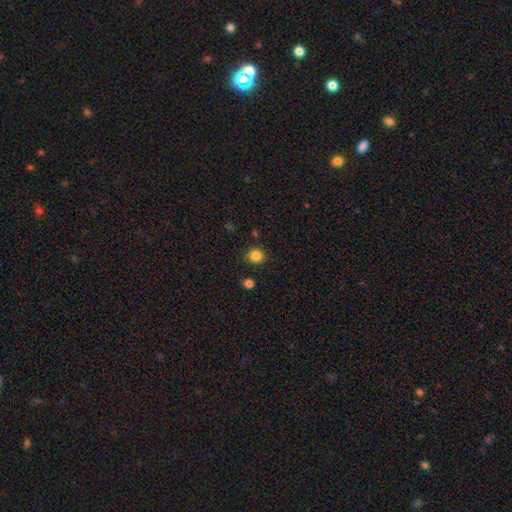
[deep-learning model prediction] Smooth or featured? smooth (84%)
How rounded? round (89%)
Merging? none (84%)